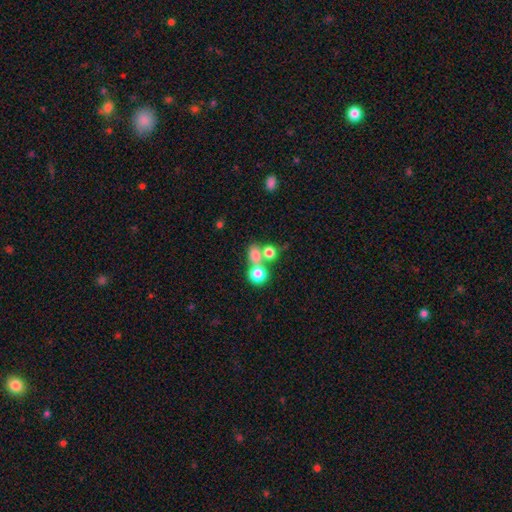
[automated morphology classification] A smooth galaxy with no disk features (72%) that is round (60%). Merging: merger (44%).